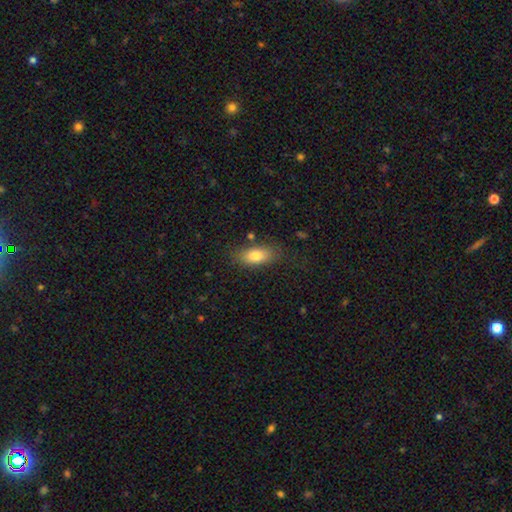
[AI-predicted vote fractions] smooth 78%, featured or disk 14%, star or artifact 8%. Down the decision tree: how rounded — in between (85%); merging — none (78%).